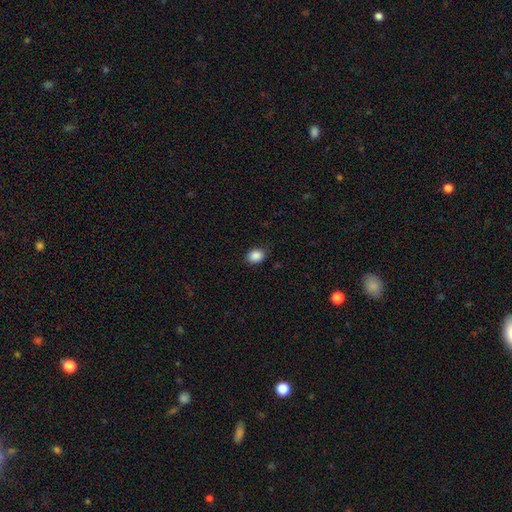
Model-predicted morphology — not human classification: Smooth or featured? smooth (88%)
How rounded? in between (57%)
Merging? none (84%)